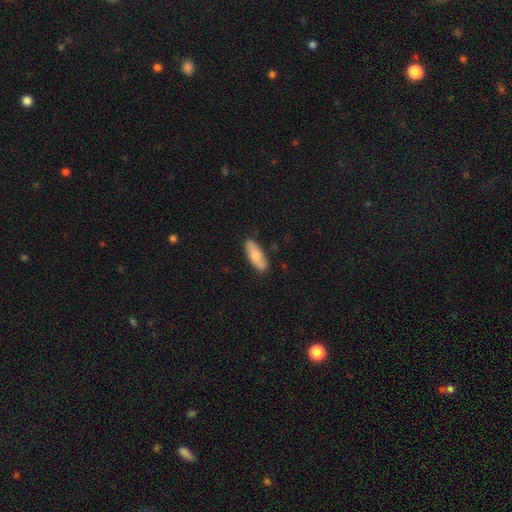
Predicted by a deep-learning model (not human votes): Smooth or featured? Predicted: smooth (p=0.74). How rounded? Predicted: in between (p=0.71). Merging? Predicted: none (p=0.85).